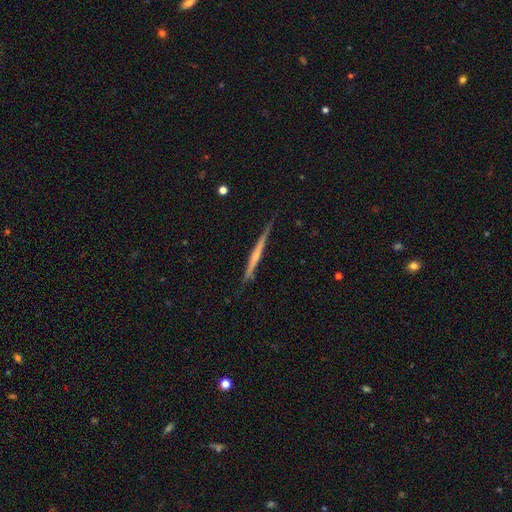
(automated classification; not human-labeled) smooth-or-featured: featured or disk: 60% | smooth: 34% | star or artifact: 6%
  disk-edge-on: yes: 97% | no: 3%
    edge-on-bulge: none: 67% | rounded: 26% | boxy: 7%
  merging: none: 80% | minor disturbance: 16% | major disturbance: 3% | merger: 2%